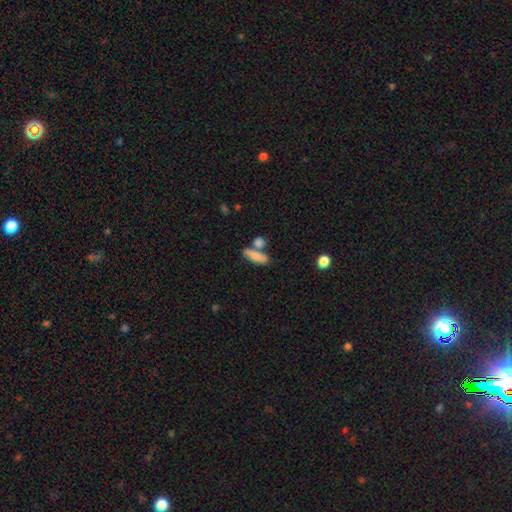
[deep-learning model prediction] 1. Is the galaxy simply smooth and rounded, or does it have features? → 82% smooth, 11% featured or disk, 7% star or artifact.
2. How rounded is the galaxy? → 56% in between, 39% cigar-shaped, 5% round.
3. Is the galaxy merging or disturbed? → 51% none, 30% merger, 13% minor disturbance, 5% major disturbance.